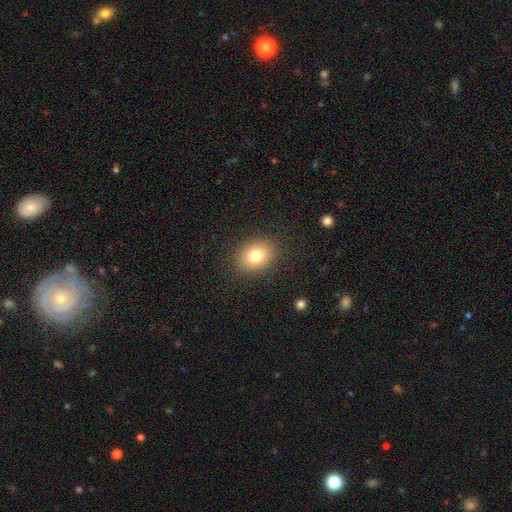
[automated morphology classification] type=smooth (79%); roundness=in between (53%); merging=none (88%).